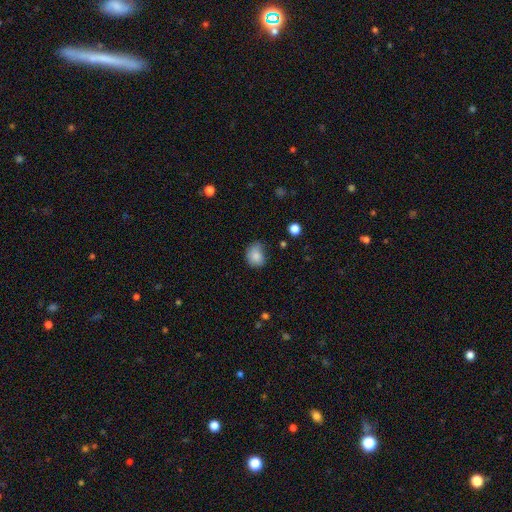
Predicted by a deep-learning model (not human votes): This appears to be a smooth galaxy with no disk features (84%) that is round (52%). Merging: none (52%).